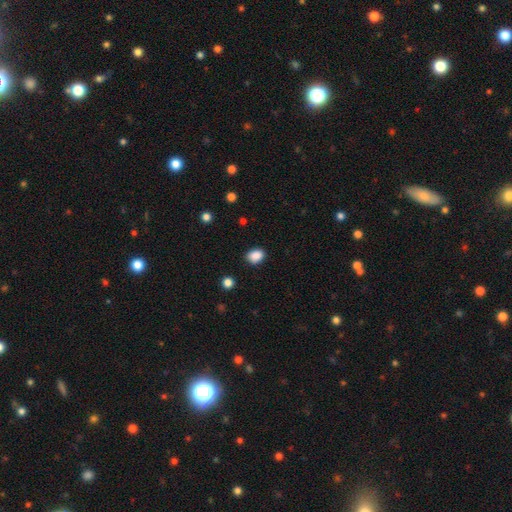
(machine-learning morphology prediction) Smooth or featured?
  - smooth: 88% *
  - star or artifact: 9%
  - featured or disk: 3%
How rounded?
  - in between: 60% *
  - round: 39%
  - cigar-shaped: 1%
Merging?
  - none: 85% *
  - minor disturbance: 11%
  - major disturbance: 3%
  - merger: 1%